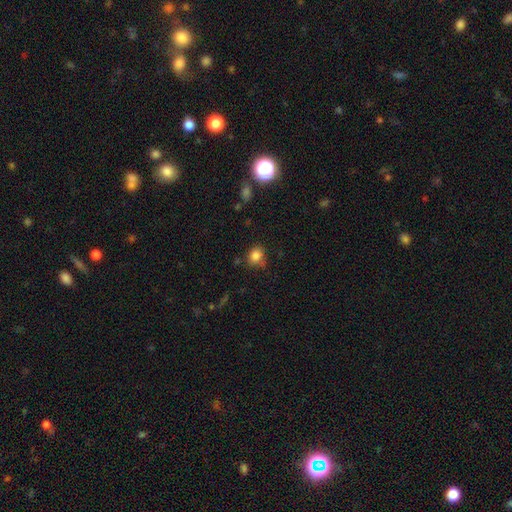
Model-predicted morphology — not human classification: Smooth or featured?
  - smooth: 82% *
  - star or artifact: 12%
  - featured or disk: 6%
How rounded?
  - round: 64% *
  - in between: 35%
  - cigar-shaped: 1%
Merging?
  - none: 70% *
  - minor disturbance: 19%
  - merger: 6%
  - major disturbance: 5%